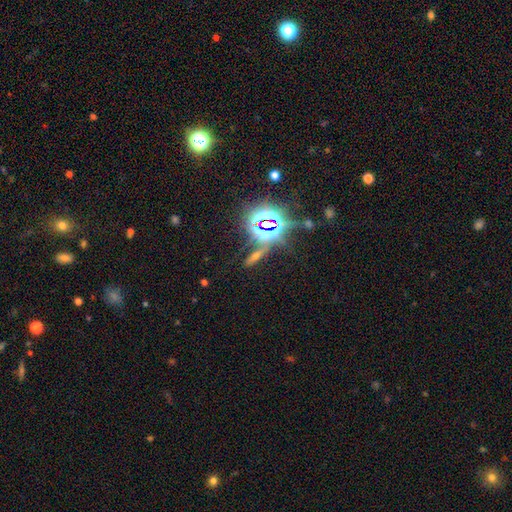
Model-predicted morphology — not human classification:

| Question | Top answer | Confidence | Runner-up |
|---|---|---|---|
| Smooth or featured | star or artifact | 53% | smooth (28%) |